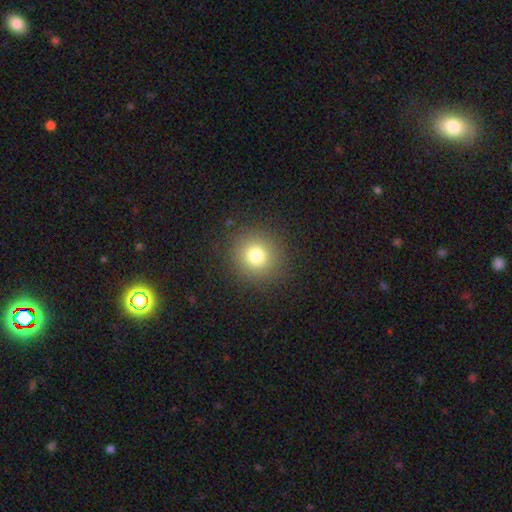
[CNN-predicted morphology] A smooth galaxy with no disk features (78%) that is round (93%).

Vote fractions:
- Smooth or featured? smooth: 78% / star or artifact: 14% / featured or disk: 9%
- How rounded? round: 93% / in between: 6% / cigar-shaped: 1%
- Merging? none: 90% / minor disturbance: 6% / major disturbance: 3% / merger: 1%